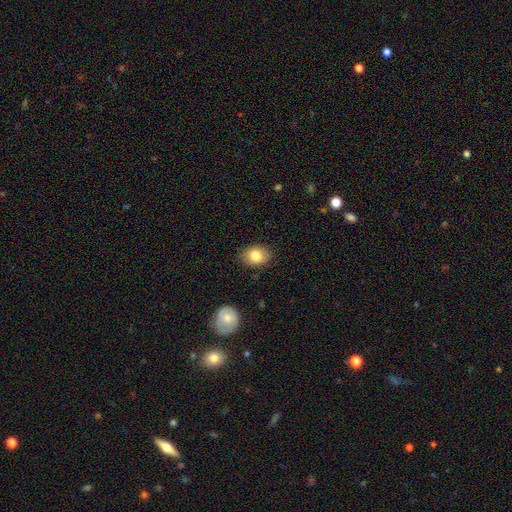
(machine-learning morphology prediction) smooth-or-featured: smooth: 83% | featured or disk: 9% | star or artifact: 8%
  how-rounded: in between: 62% | round: 36% | cigar-shaped: 1%
  merging: none: 82% | minor disturbance: 14% | major disturbance: 3% | merger: 2%